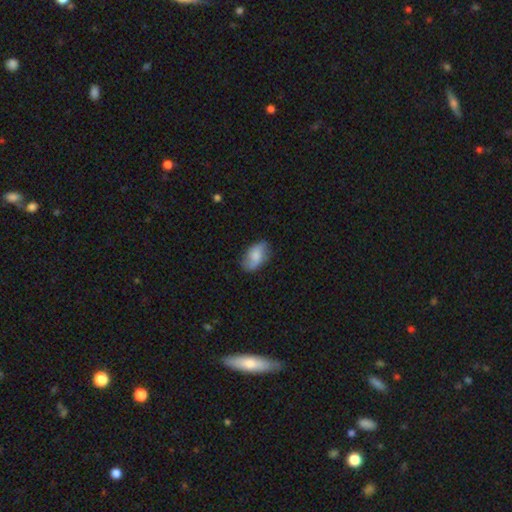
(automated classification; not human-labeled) This is likely a smooth galaxy (66%). How rounded: clearly in between (91%). Merging: likely none (73%).